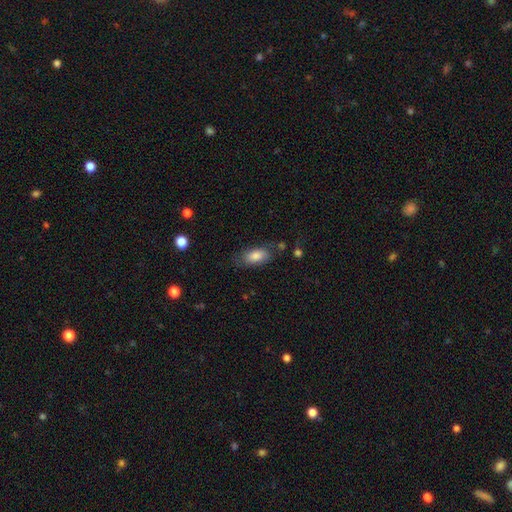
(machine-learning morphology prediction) Smooth or featured? smooth (80%)
How rounded? in between (89%)
Merging? none (68%)